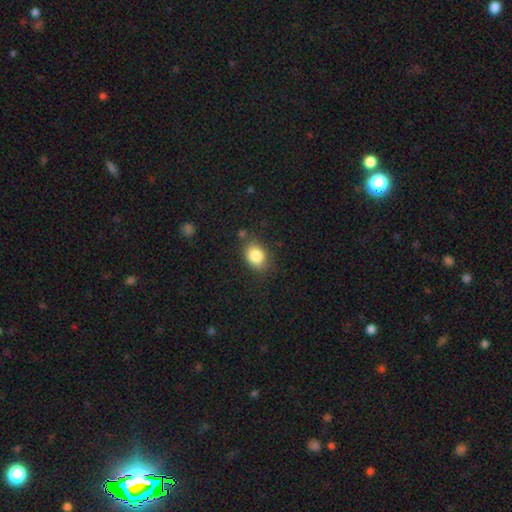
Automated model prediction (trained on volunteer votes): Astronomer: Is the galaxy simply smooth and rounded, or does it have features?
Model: smooth — 85%.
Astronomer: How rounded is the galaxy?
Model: in between — 68%.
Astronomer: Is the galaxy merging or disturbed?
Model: none — 76%.